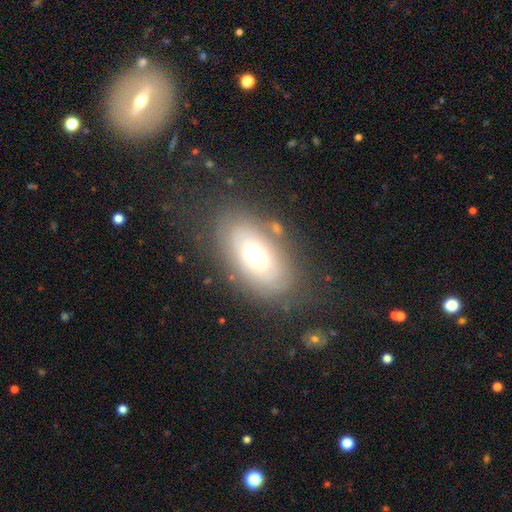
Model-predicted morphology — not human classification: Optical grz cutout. It shows a smooth galaxy with no disk features (46%). Merging: none (72%).